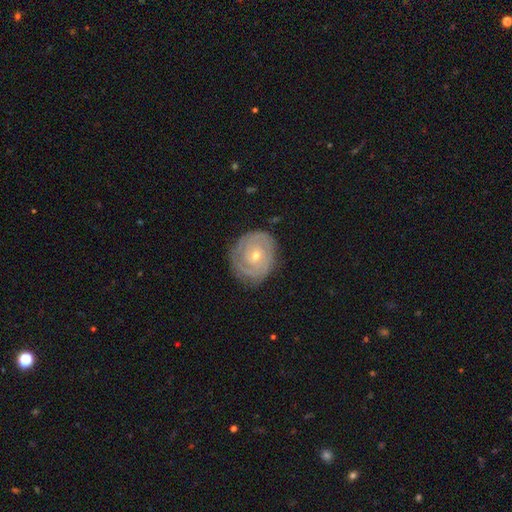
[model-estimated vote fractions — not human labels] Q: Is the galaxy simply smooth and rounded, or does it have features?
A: featured or disk — 77%.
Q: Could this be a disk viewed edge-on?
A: no — 97%.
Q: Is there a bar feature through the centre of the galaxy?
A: no — 75%.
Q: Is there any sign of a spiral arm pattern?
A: yes — 90%.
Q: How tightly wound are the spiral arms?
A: tight — 78%.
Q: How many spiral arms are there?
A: can't tell — 35%.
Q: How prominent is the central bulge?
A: small — 56%.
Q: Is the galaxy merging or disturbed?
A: none — 78%.